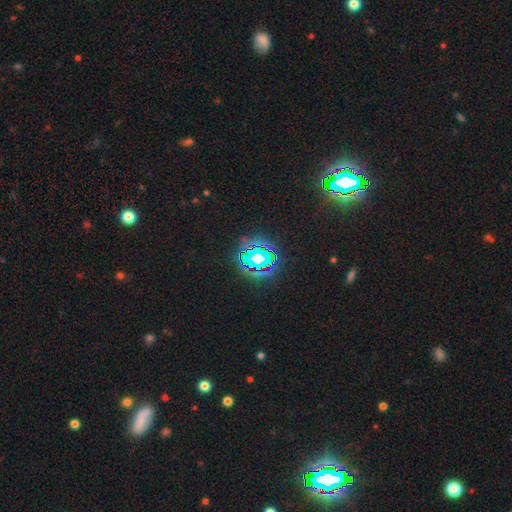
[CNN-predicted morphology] Smooth or featured?
  - star or artifact: 78% *
  - smooth: 13%
  - featured or disk: 9%